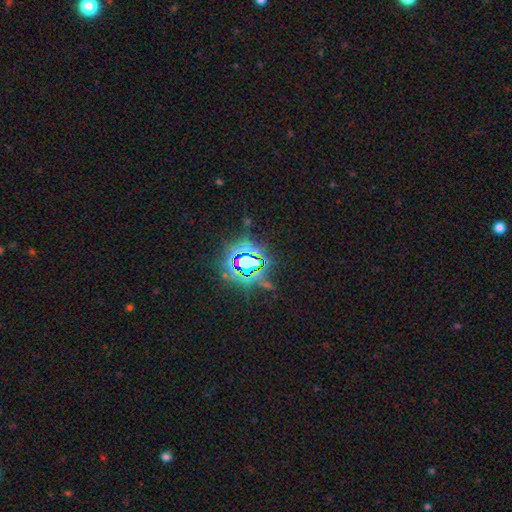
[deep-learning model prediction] A star or artifact, not a galaxy (82%).

Vote fractions:
- Smooth or featured? star or artifact: 82% / smooth: 11% / featured or disk: 8%